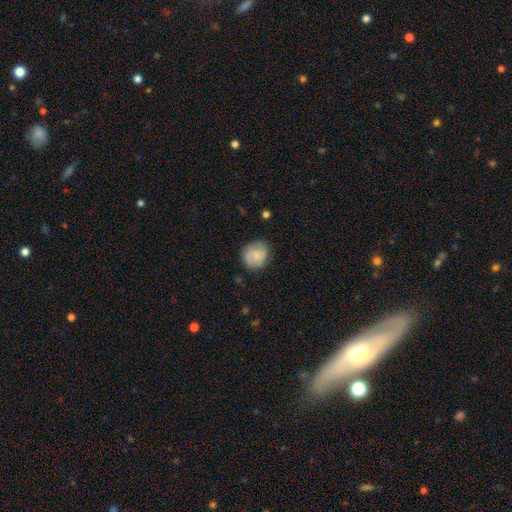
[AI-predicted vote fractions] A smooth galaxy with no disk features (57%) that is round (82%).

Vote fractions:
- Smooth or featured? smooth: 57% / featured or disk: 36% / star or artifact: 7%
- How rounded? round: 82% / in between: 17% / cigar-shaped: 1%
- Merging? none: 78% / minor disturbance: 17% / major disturbance: 4% / merger: 1%